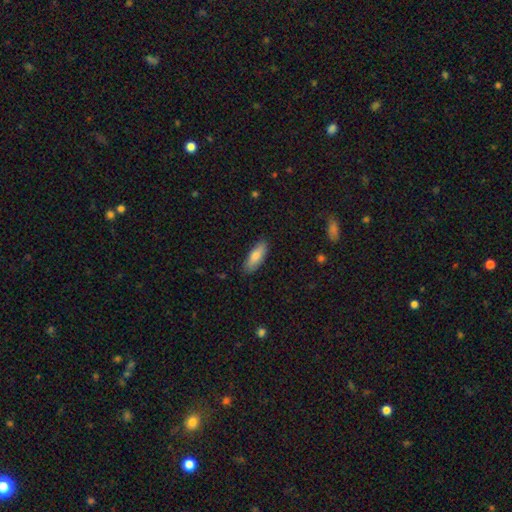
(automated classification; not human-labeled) smooth-or-featured: smooth: 81% | featured or disk: 13% | star or artifact: 6%
  how-rounded: in between: 61% | cigar-shaped: 37% | round: 2%
  merging: none: 86% | minor disturbance: 11% | major disturbance: 2% | merger: 1%